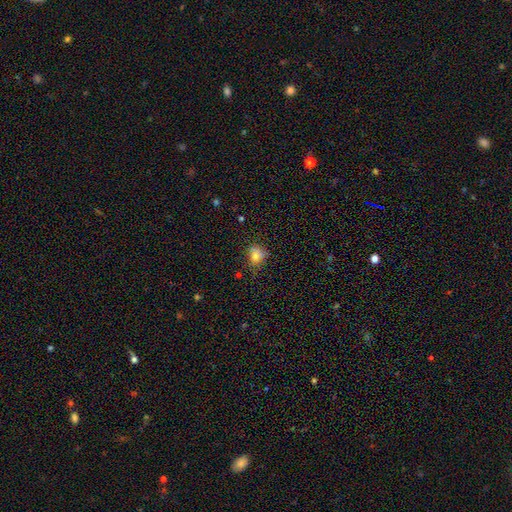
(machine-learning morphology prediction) Smooth or featured? Predicted: smooth (p=0.75). How rounded? Predicted: round (p=0.60). Merging? Predicted: none (p=0.60).